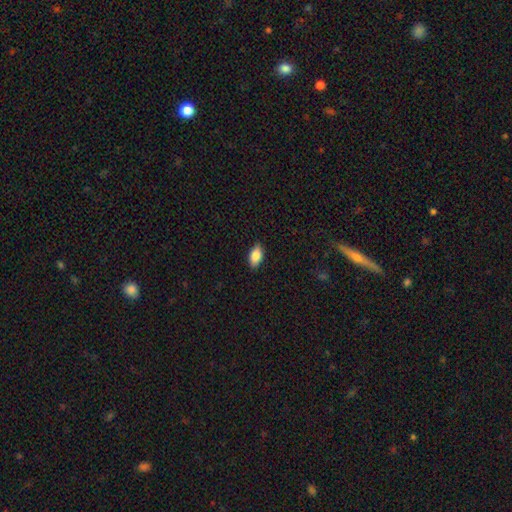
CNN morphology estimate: type=smooth (84%); roundness=in between (91%); merging=none (88%).